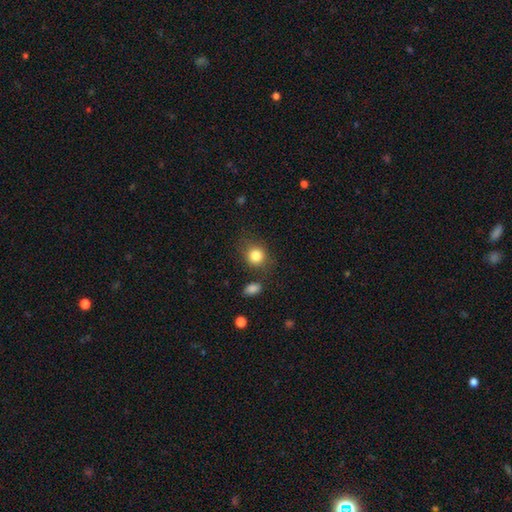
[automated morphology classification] The model was most divided on "merging": none: 75%, minor disturbance: 15%, major disturbance: 5%, merger: 5%. More confident: smooth or featured — smooth (83%); how rounded — round (80%).